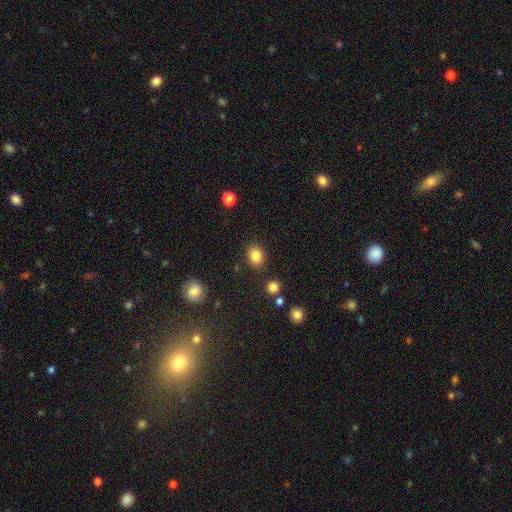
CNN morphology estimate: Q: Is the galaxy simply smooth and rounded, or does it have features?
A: smooth — 84%.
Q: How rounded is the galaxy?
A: in between — 63%.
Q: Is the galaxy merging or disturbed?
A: none — 85%.